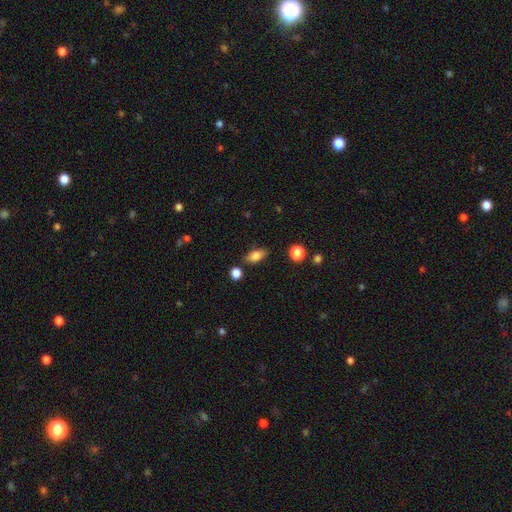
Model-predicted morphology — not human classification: smooth-or-featured: smooth: 80% | featured or disk: 11% | star or artifact: 9%
  how-rounded: in between: 83% | cigar-shaped: 9% | round: 9%
  merging: none: 79% | minor disturbance: 13% | merger: 4% | major disturbance: 3%